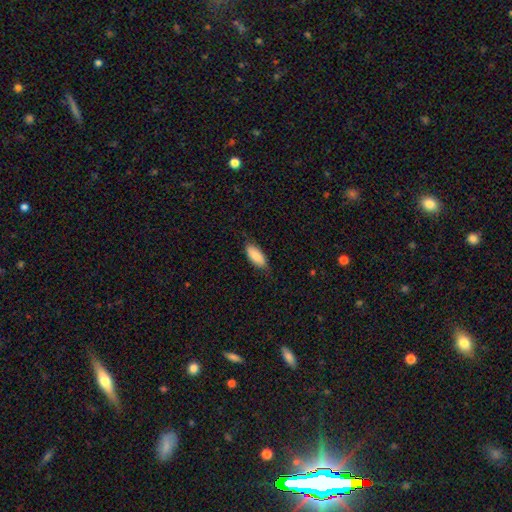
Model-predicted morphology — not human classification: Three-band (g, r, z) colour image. It shows a smooth galaxy with no disk features (82%) that is in between round and cigar-shaped (84%). Merging: none (78%).